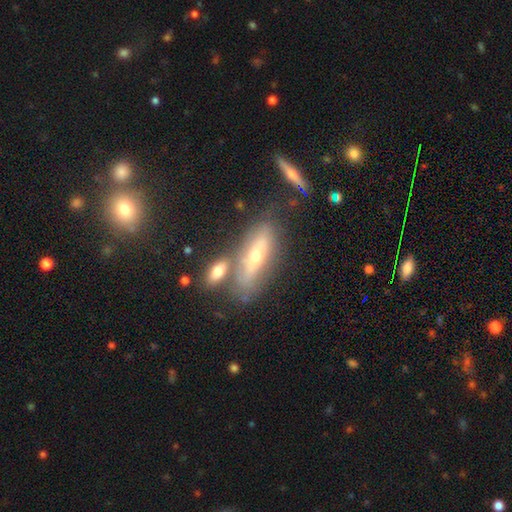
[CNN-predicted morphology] type=featured or disk (50%); merging=none (59%).